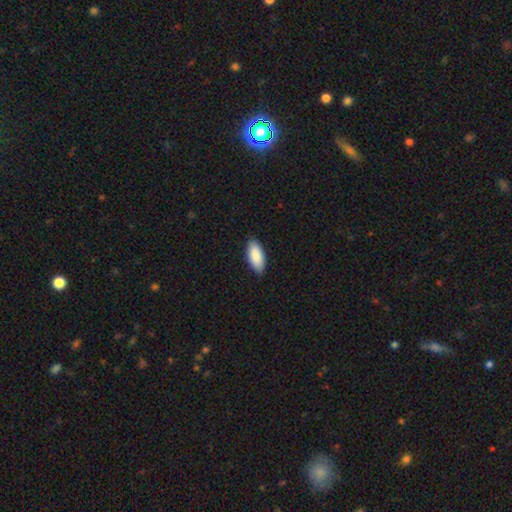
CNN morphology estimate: Smooth or featured?
  - smooth: 90% *
  - star or artifact: 5%
  - featured or disk: 5%
How rounded?
  - in between: 88% *
  - cigar-shaped: 10%
  - round: 2%
Merging?
  - none: 88% *
  - minor disturbance: 10%
  - major disturbance: 2%
  - merger: 1%